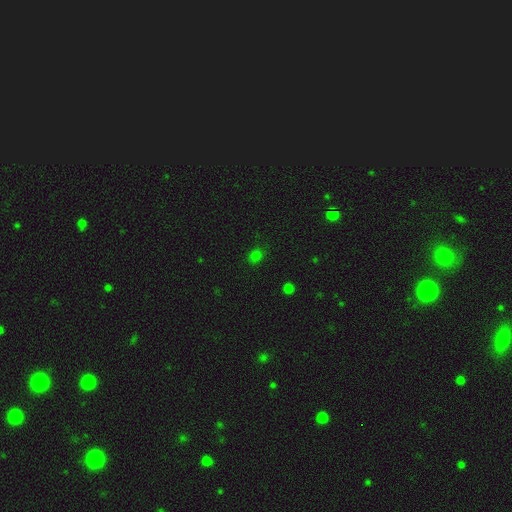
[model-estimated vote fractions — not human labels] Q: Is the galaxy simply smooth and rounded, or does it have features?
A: smooth — 73%.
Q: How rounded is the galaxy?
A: round — 63%.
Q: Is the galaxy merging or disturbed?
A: none — 85%.